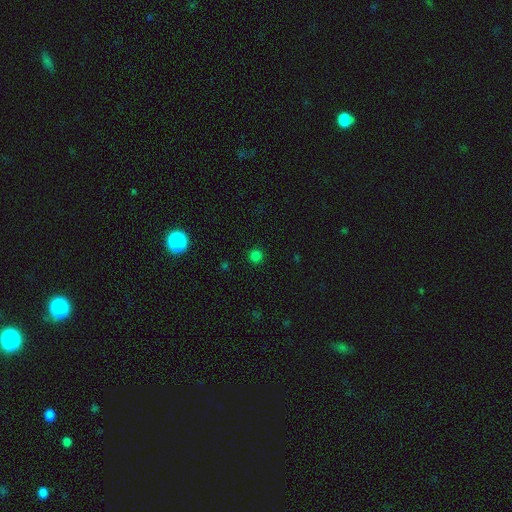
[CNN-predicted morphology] smooth-or-featured: smooth: 77% | star or artifact: 19% | featured or disk: 3%
  how-rounded: round: 94% | in between: 5% | cigar-shaped: 1%
  merging: none: 92% | minor disturbance: 5% | major disturbance: 2% | merger: 1%